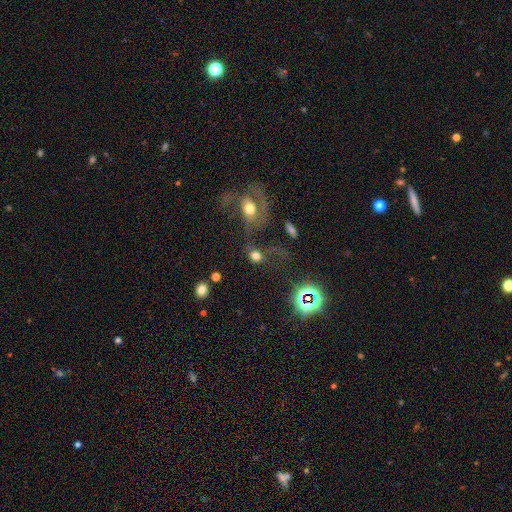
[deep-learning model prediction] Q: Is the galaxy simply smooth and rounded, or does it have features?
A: smooth — 55%.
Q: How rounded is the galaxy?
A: round — 59%.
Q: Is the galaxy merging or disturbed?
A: none — 35%.